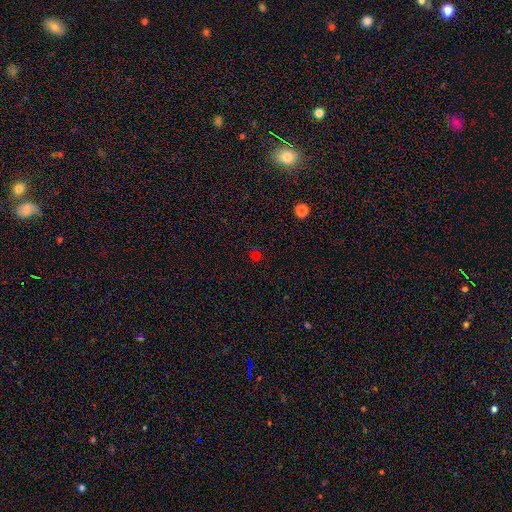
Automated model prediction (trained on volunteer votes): Smooth or featured? smooth (62%)
How rounded? round (91%)
Merging? none (86%)